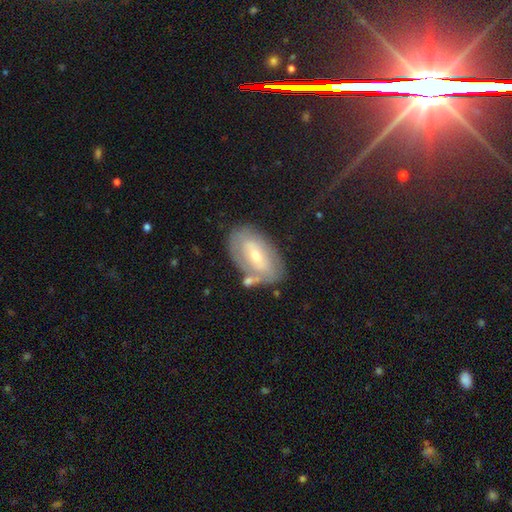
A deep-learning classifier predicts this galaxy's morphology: Smooth or featured: featured or disk — 57% (smooth — 35%)
Edge-on disk: no — 89% (yes — 11%)
Bar: weak — 39% (no — 36%)
Spiral arms: no — 56% (yes — 44%)
Bulge size: small — 51% (moderate — 45%)
Merging: none — 67% (minor disturbance — 17%)